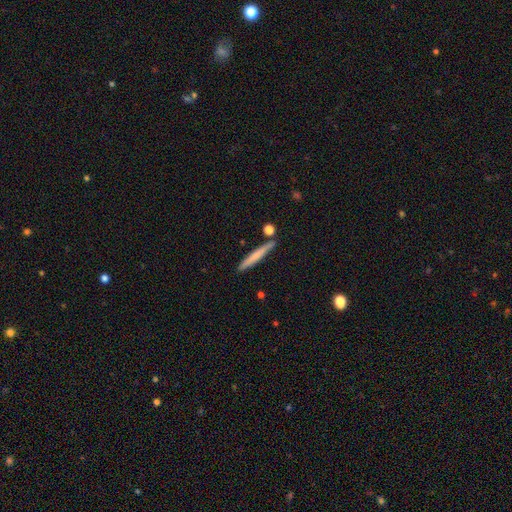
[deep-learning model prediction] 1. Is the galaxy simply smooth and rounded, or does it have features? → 64% smooth, 30% featured or disk, 6% star or artifact.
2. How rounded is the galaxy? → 95% cigar-shaped, 3% in between, 1% round.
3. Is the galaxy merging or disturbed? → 83% none, 9% minor disturbance, 5% merger, 2% major disturbance.